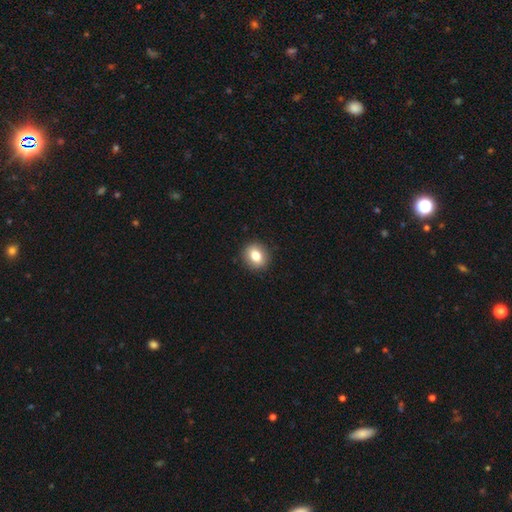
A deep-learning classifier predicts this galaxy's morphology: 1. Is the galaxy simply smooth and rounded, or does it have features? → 80% smooth, 11% featured or disk, 9% star or artifact.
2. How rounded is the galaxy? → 68% round, 31% in between, 1% cigar-shaped.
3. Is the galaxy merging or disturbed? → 90% none, 7% minor disturbance, 2% major disturbance, 1% merger.